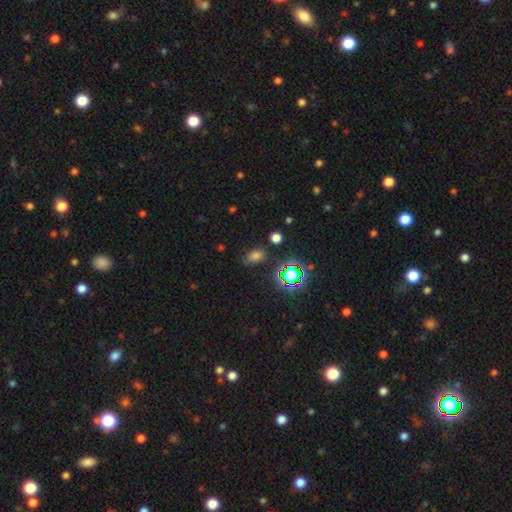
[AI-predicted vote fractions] This is likely a smooth galaxy (63%). How rounded: likely in between (76%). Merging: likely none (73%).